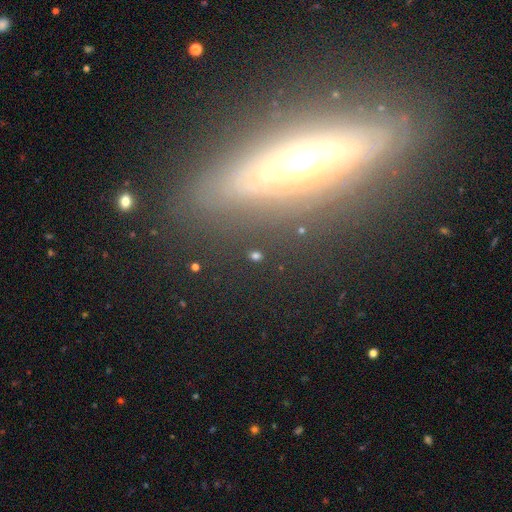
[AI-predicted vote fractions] This appears to be a smooth galaxy with no disk features (69%) that is in between round and cigar-shaped (49%). Merging: none (87%).